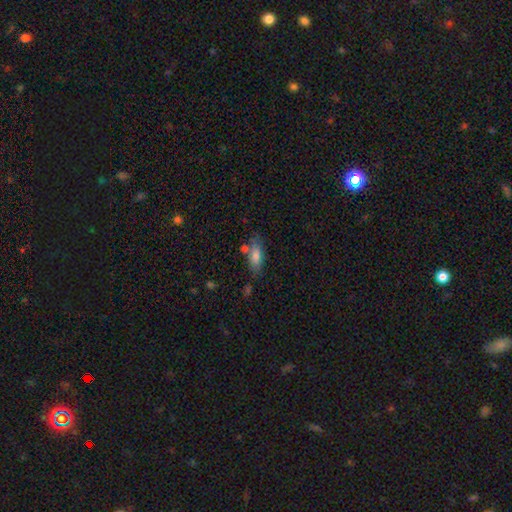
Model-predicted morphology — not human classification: This appears to be a smooth galaxy with no disk features (77%) that is in between round and cigar-shaped (67%). Merging: none (65%).